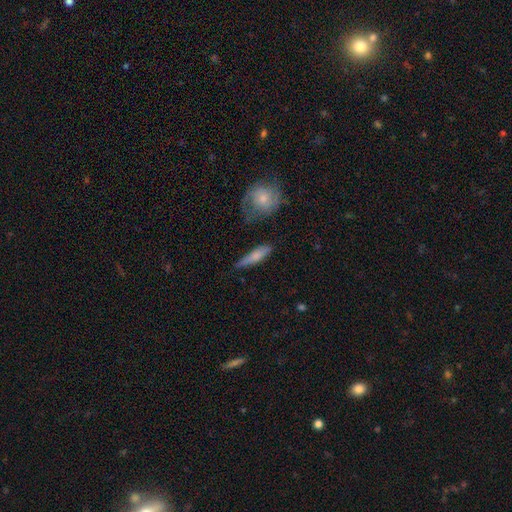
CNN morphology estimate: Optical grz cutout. It shows a smooth galaxy with no disk features (68%) that is cigar-shaped (74%). Merging: none (69%).